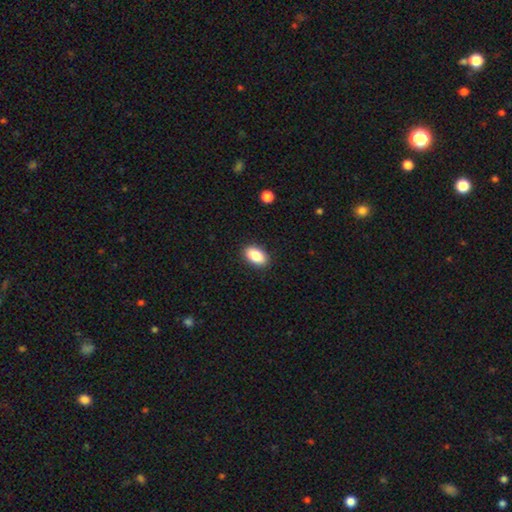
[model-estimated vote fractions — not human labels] Smooth or featured? Predicted: smooth (p=0.87). How rounded? Predicted: in between (p=0.92). Merging? Predicted: none (p=0.90).